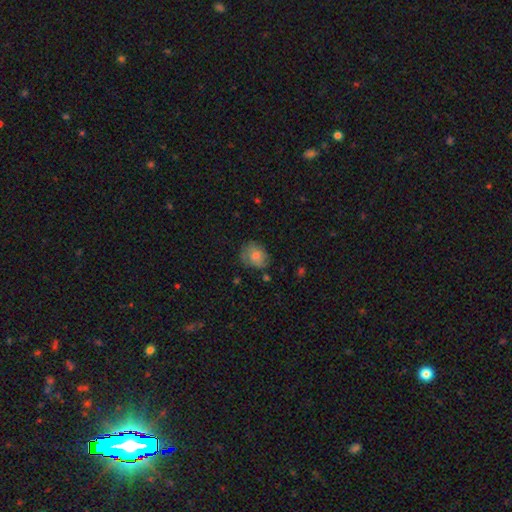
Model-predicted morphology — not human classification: Smooth or featured? Predicted: smooth (p=0.70). How rounded? Predicted: round (p=0.53). Merging? Predicted: none (p=0.61).